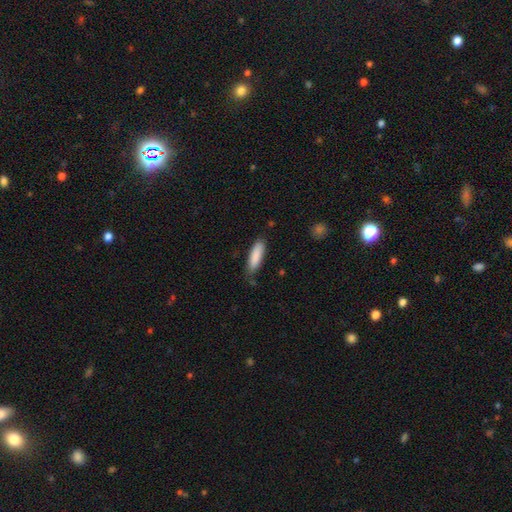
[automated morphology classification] Smooth or featured? Predicted: smooth (p=0.87). How rounded? Predicted: cigar-shaped (p=0.63). Merging? Predicted: none (p=0.77).